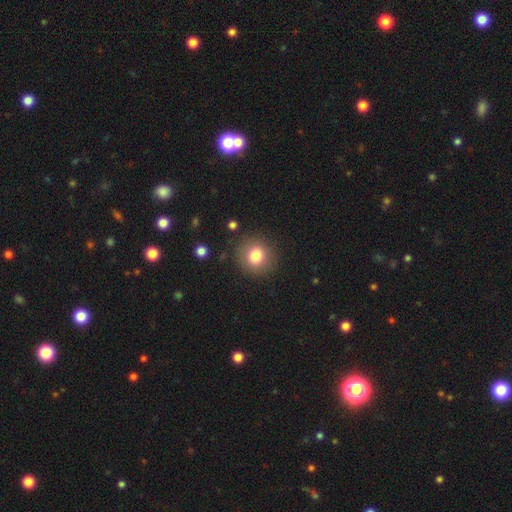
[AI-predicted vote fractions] This is clearly a smooth galaxy (80%). How rounded: clearly round (90%). Merging: clearly none (88%).